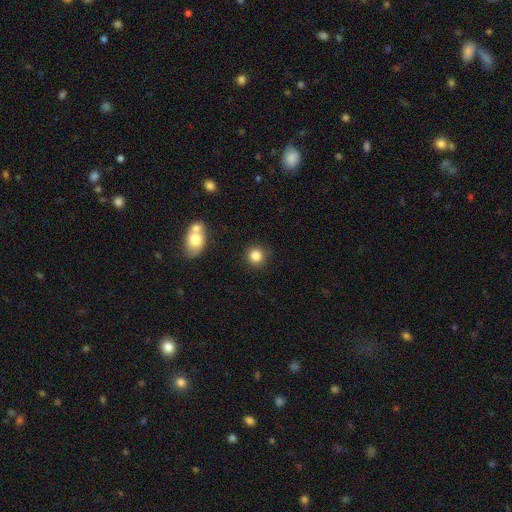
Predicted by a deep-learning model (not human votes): Overall: smooth (83%). How rounded: round (91%). Merging: none (87%).